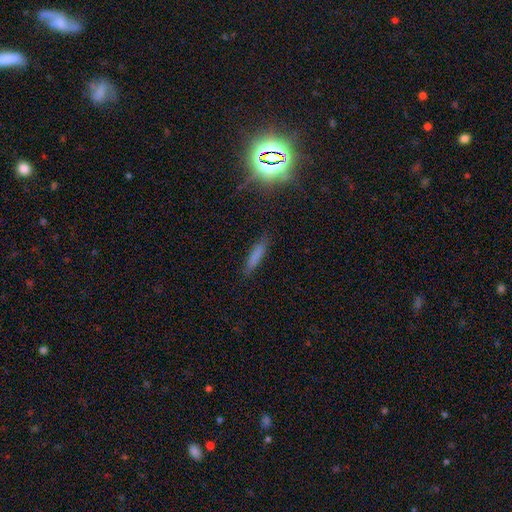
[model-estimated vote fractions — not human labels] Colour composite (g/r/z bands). It shows a smooth galaxy with no disk features (75%) that is cigar-shaped (81%). Merging: none (84%).